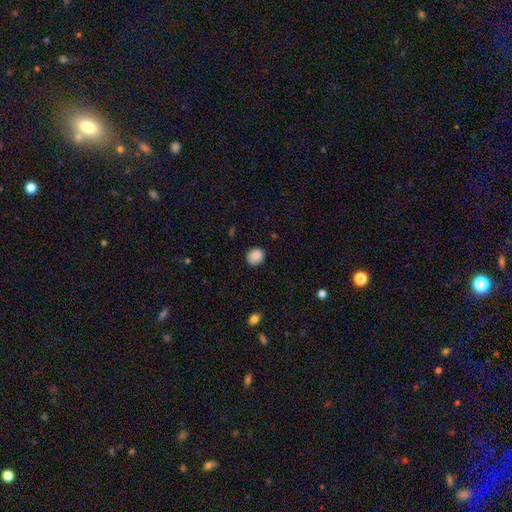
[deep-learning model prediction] Q: Smooth or featured?
A: smooth (88%); runner-up: star or artifact (9%)
Q: How rounded?
A: round (75%); runner-up: in between (24%)
Q: Merging?
A: none (82%); runner-up: minor disturbance (14%)